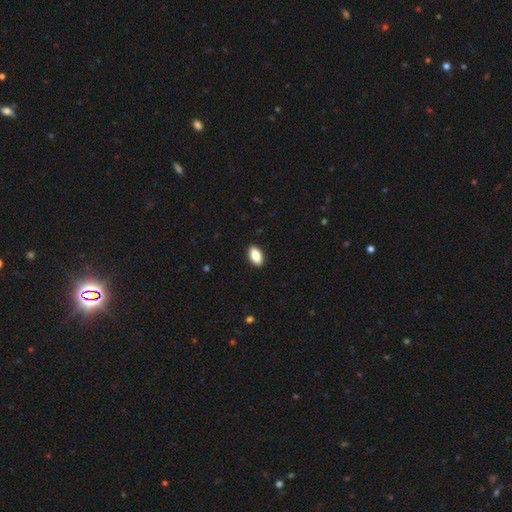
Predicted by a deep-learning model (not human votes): This is clearly a smooth galaxy (85%). How rounded: clearly in between (91%). Merging: clearly none (91%).